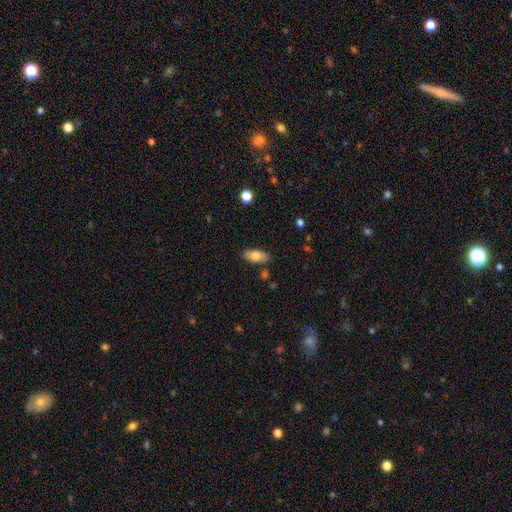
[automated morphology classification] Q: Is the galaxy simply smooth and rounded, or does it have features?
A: smooth — 75%.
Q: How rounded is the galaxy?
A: in between — 84%.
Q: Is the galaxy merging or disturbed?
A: none — 85%.